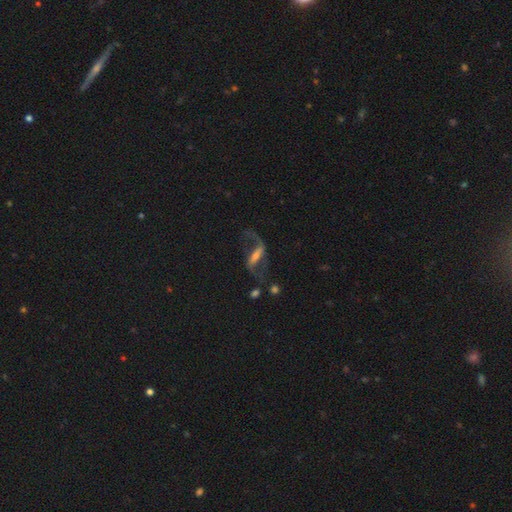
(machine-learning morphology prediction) Overall: featured or disk (81%). Edge-on disk: no (88%). Bar: strong (61%; weak 27%). Spiral arms: yes (90%). Spiral arm count: 2 (88%). Spiral winding: loose (83%). Bulge size: small (39%; moderate 34%). Merging: none (55%; major disturbance 24%).